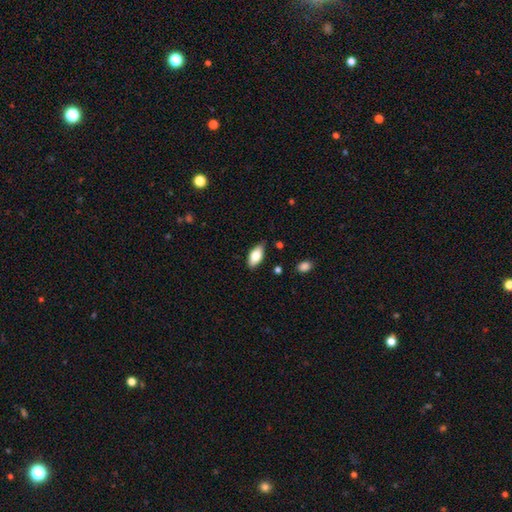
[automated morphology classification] A smooth galaxy with no disk features (76%) that is in between round and cigar-shaped (90%).

Vote fractions:
- Smooth or featured? smooth: 76% / featured or disk: 17% / star or artifact: 7%
- How rounded? in between: 90% / cigar-shaped: 8% / round: 3%
- Merging? none: 81% / minor disturbance: 15% / major disturbance: 2% / merger: 2%